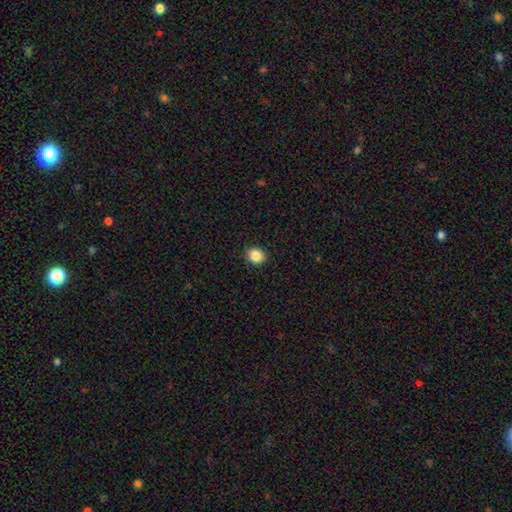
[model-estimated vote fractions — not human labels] This is clearly a smooth galaxy (86%). How rounded: likely round (72%). Merging: clearly none (89%).